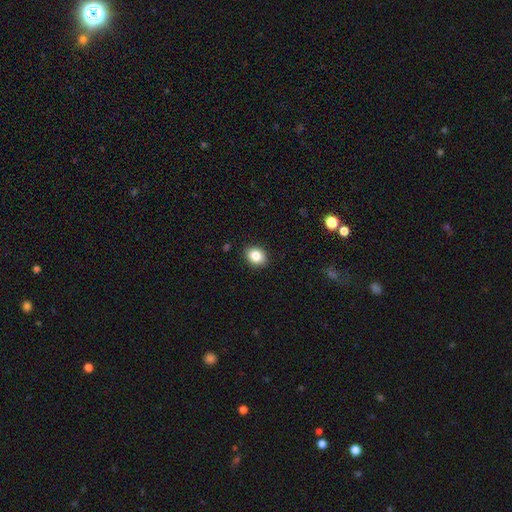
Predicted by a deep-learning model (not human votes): Q: Smooth or featured?
A: smooth (85%); runner-up: star or artifact (9%)
Q: How rounded?
A: in between (55%); runner-up: round (44%)
Q: Merging?
A: none (89%); runner-up: minor disturbance (8%)